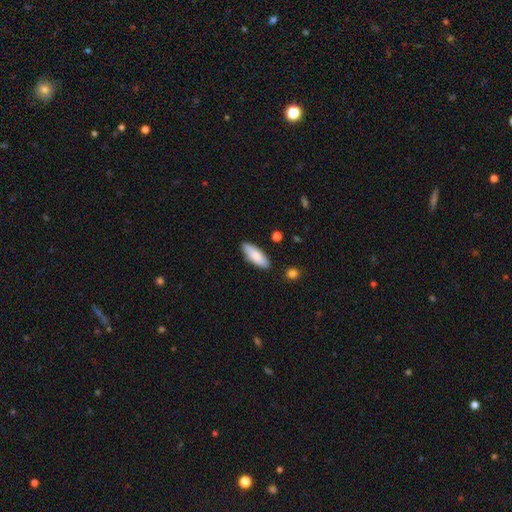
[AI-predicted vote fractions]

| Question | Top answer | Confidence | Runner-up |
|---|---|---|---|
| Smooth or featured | smooth | 83% | featured or disk (12%) |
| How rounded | in between | 70% | cigar-shaped (28%) |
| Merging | none | 86% | minor disturbance (10%) |